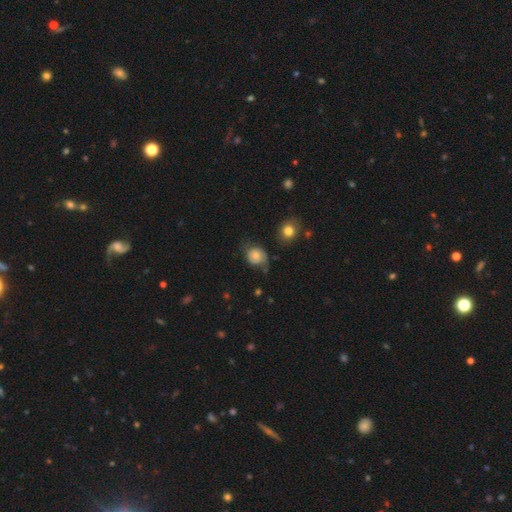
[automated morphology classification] This appears to be a smooth galaxy with no disk features (69%) that is round (73%). Merging: none (49%).